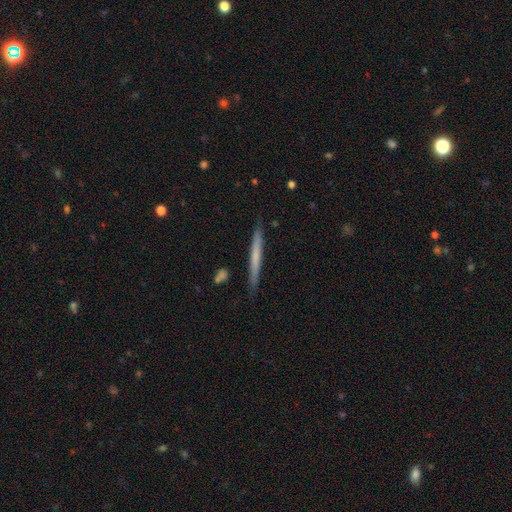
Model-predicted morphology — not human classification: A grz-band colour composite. It shows a smooth galaxy with no disk features (54%) that is cigar-shaped (97%). Merging: none (88%).